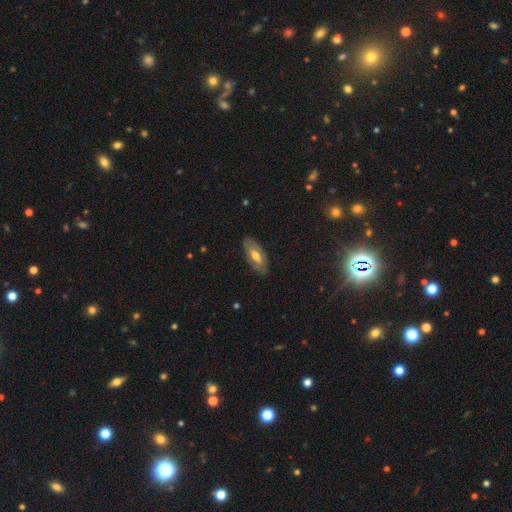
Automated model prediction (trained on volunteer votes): Smooth or featured? Predicted: featured or disk (p=0.54). Edge-on disk? Predicted: no (p=0.82). Merging? Predicted: none (p=0.83).